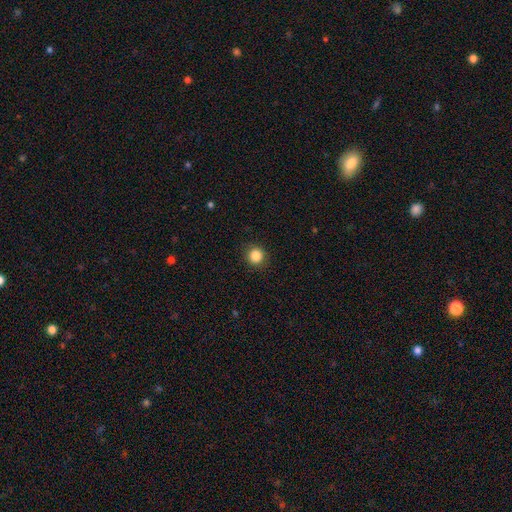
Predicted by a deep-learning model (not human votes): This is clearly a smooth galaxy (86%). How rounded: clearly round (93%). Merging: clearly none (90%).